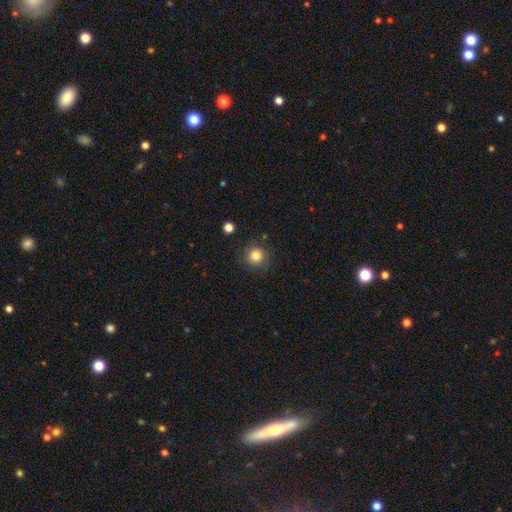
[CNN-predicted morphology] Smooth or featured? Predicted: smooth (p=0.83). How rounded? Predicted: round (p=0.93). Merging? Predicted: none (p=0.86).